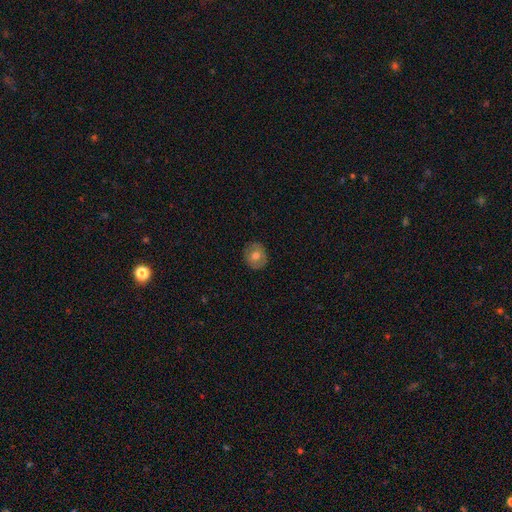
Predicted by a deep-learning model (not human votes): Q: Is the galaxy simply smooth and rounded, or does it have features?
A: smooth — 66%.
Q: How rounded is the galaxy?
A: round — 82%.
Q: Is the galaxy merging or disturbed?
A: none — 87%.